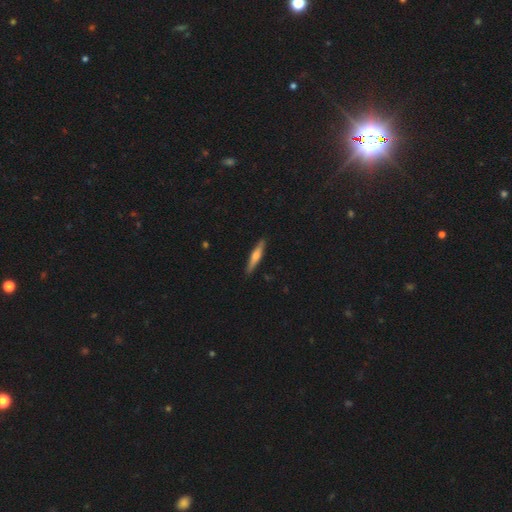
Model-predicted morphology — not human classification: Smooth or featured: featured or disk — 48% (smooth — 46%)
Merging: none — 90% (minor disturbance — 7%)